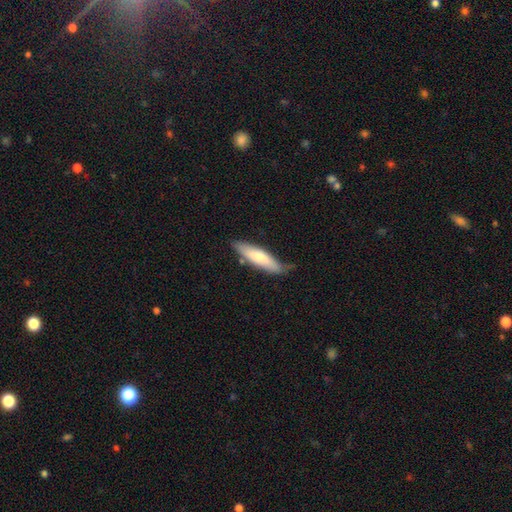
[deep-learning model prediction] Smooth or featured? Predicted: smooth (p=0.64). How rounded? Predicted: cigar-shaped (p=0.68). Merging? Predicted: none (p=0.68).